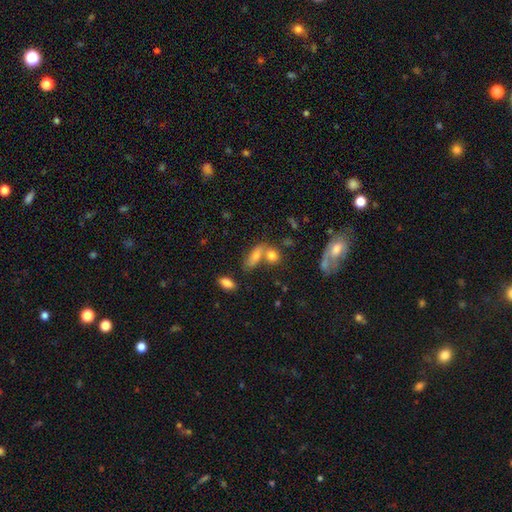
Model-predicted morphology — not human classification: A smooth galaxy with no disk features (71%) that is in between round and cigar-shaped (70%).

Vote fractions:
- Smooth or featured? smooth: 71% / featured or disk: 18% / star or artifact: 11%
- How rounded? in between: 70% / cigar-shaped: 20% / round: 10%
- Merging? none: 42% / merger: 39% / minor disturbance: 13% / major disturbance: 6%